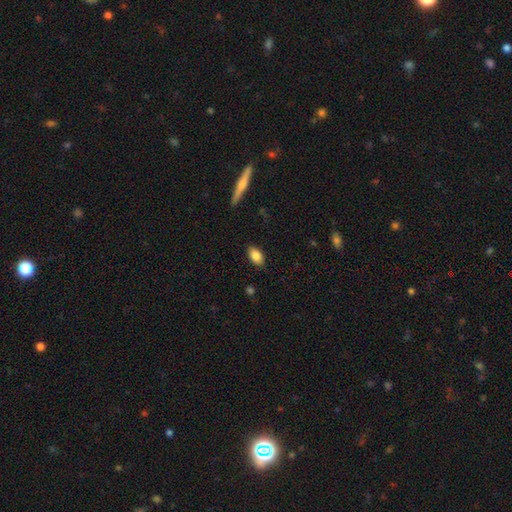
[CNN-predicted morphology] Smooth or featured: smooth — 84% (featured or disk — 9%)
How rounded: in between — 92% (round — 5%)
Merging: none — 86% (minor disturbance — 11%)